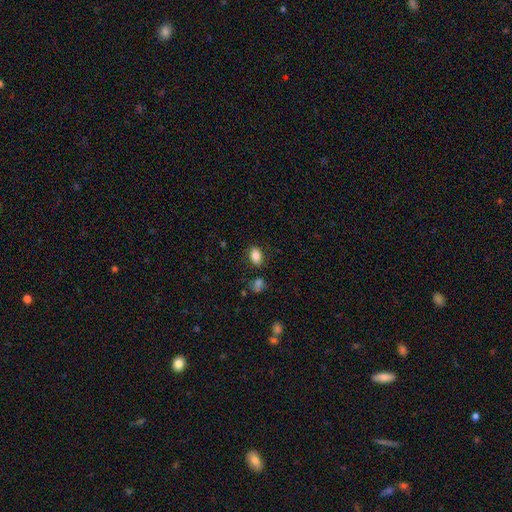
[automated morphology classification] This appears to be a smooth galaxy with no disk features (85%) that is in between round and cigar-shaped (86%). Merging: none (82%).